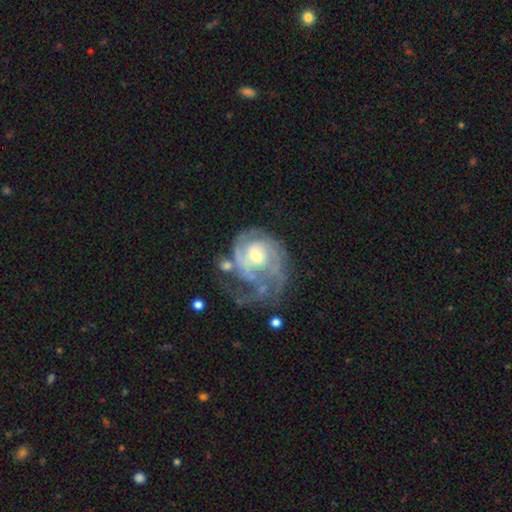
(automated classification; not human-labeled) This appears to be a featured or disk galaxy (84%) with no bar (51%), 2 (35%) tight (54%) spiral arms (91%) and a moderate central bulge (53%). Merging: none (38%).